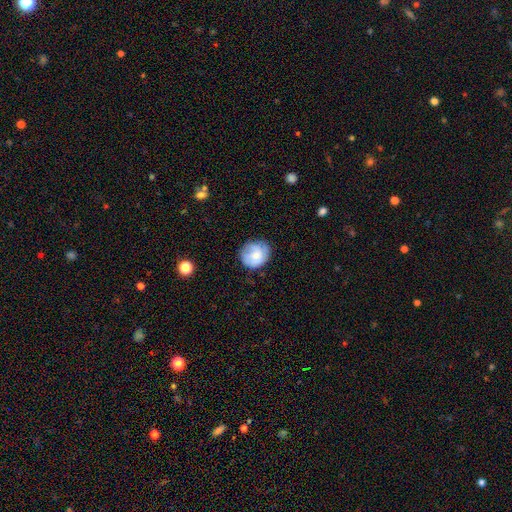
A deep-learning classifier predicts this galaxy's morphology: This is likely a smooth galaxy (63%). How rounded: likely round (80%). Merging: likely none (70%).